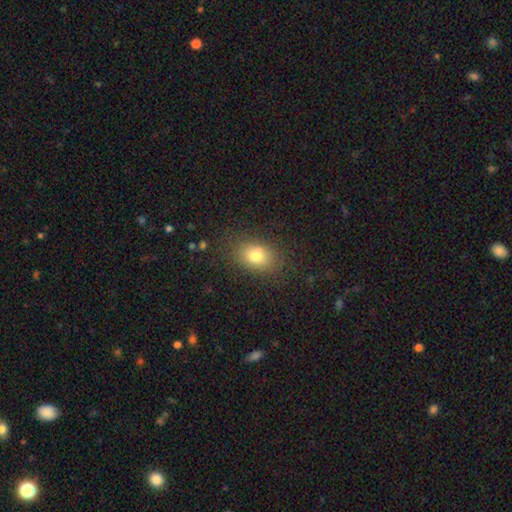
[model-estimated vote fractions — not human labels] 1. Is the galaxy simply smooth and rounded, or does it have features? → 78% smooth, 12% star or artifact, 10% featured or disk.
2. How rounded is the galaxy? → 70% in between, 28% round, 1% cigar-shaped.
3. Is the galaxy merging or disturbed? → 82% none, 12% minor disturbance, 5% major disturbance, 1% merger.